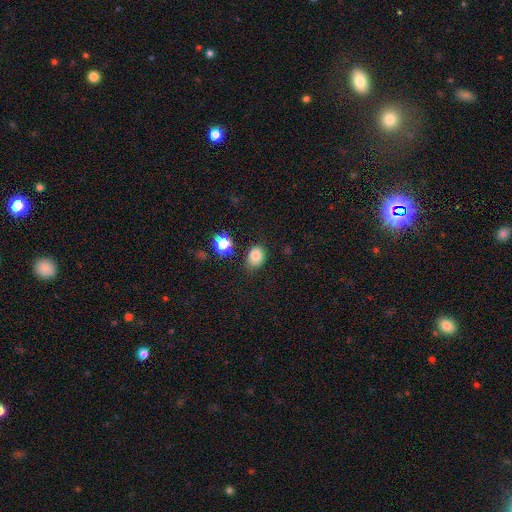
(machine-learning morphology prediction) A smooth galaxy with no disk features (80%) that is in between round and cigar-shaped (55%). Merging: none (78%).